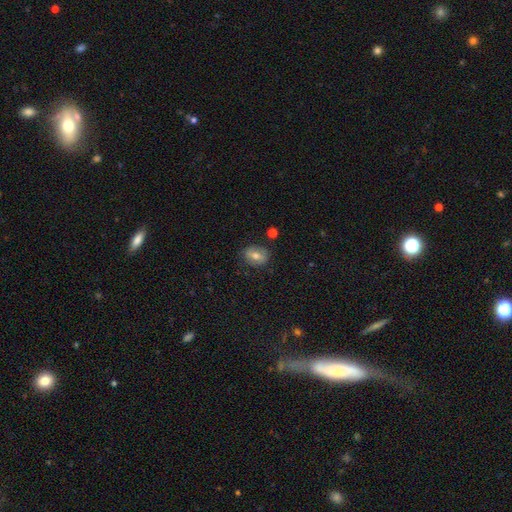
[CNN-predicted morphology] This appears to be a smooth galaxy with no disk features (62%) that is in between round and cigar-shaped (58%). Merging: none (81%).